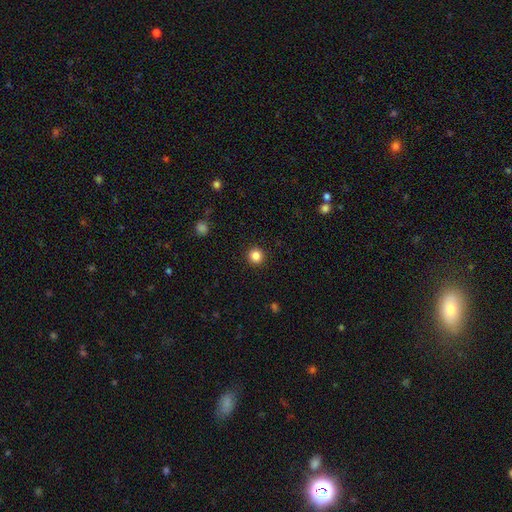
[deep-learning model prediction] A smooth galaxy with no disk features (85%) that is round (94%).

Vote fractions:
- Smooth or featured? smooth: 85% / star or artifact: 12% / featured or disk: 4%
- How rounded? round: 94% / in between: 5% / cigar-shaped: 1%
- Merging? none: 93% / minor disturbance: 4% / major disturbance: 2% / merger: 1%